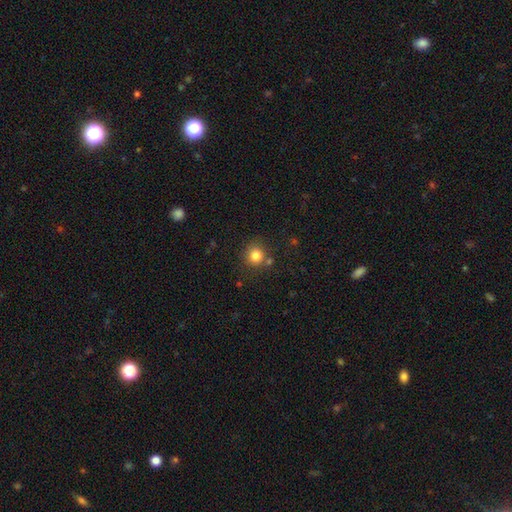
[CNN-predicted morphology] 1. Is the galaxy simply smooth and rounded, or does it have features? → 82% smooth, 12% star or artifact, 6% featured or disk.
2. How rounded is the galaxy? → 91% round, 8% in between, 1% cigar-shaped.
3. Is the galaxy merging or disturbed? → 77% none, 10% minor disturbance, 10% merger, 3% major disturbance.